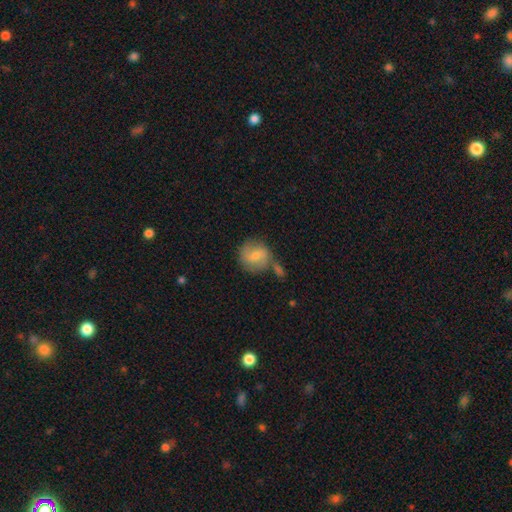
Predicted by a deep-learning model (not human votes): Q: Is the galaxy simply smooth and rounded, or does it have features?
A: smooth — 62%.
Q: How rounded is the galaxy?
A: round — 84%.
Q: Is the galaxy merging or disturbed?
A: none — 57%.